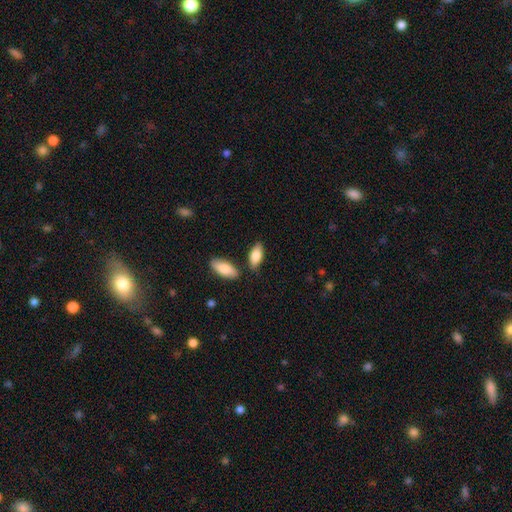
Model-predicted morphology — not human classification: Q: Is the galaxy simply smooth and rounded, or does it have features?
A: smooth — 82%.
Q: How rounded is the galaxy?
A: in between — 85%.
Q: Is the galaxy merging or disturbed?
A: none — 76%.